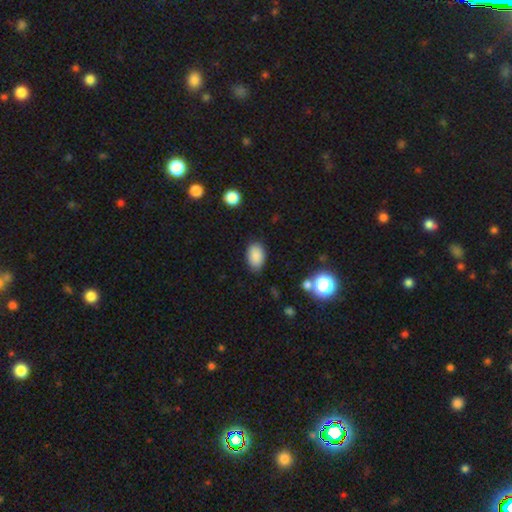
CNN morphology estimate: Smooth or featured? Predicted: smooth (p=0.88). How rounded? Predicted: in between (p=0.90). Merging? Predicted: none (p=0.83).